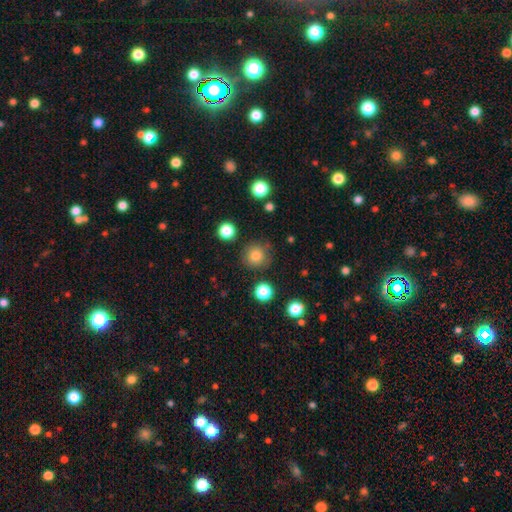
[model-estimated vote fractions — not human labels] This appears to be a smooth galaxy with no disk features (81%) that is round (94%). Merging: none (83%).